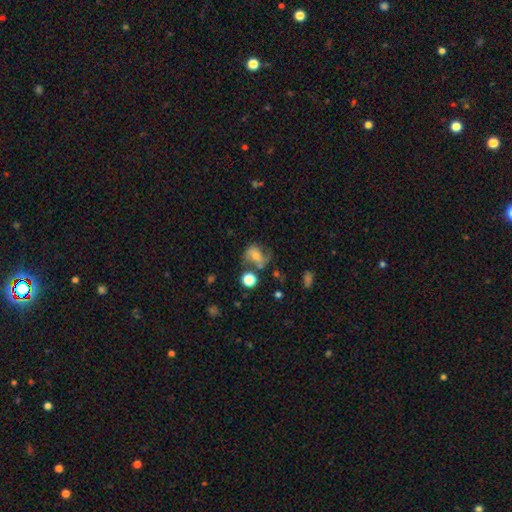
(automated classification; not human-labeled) featured or disk 50%, smooth 36%, star or artifact 14%. Down the decision tree: merging — none (50%).